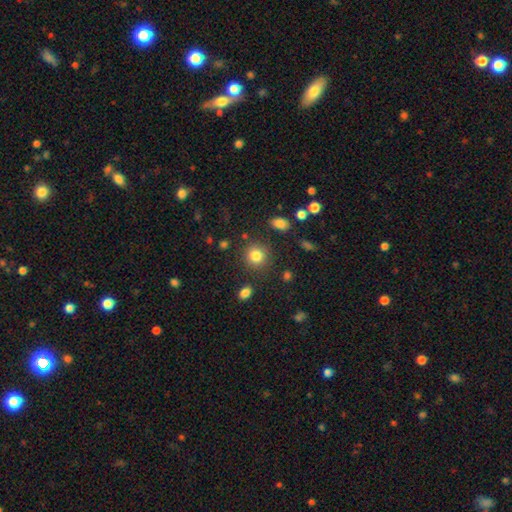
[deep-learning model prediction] Morphology: type=smooth (83%); roundness=round (87%); merging=none (83%).